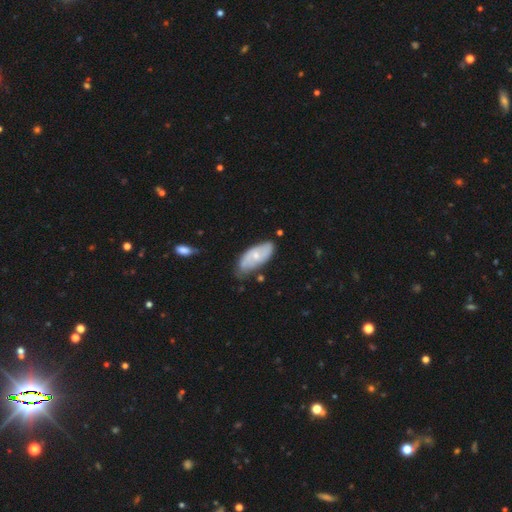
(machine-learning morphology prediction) Overall: featured or disk (51%; smooth 43%). Edge-on disk: no (89%). Merging: none (63%; minor disturbance 28%).